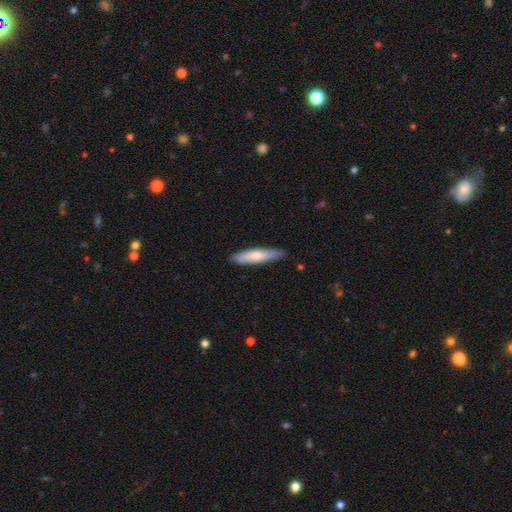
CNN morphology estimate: This appears to be a smooth galaxy with no disk features (70%) that is cigar-shaped (84%). Merging: none (87%).